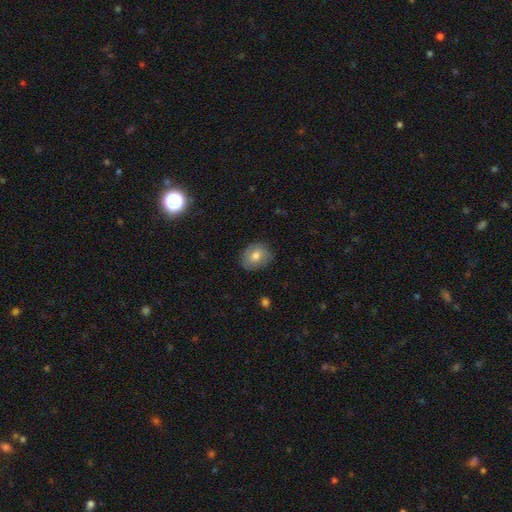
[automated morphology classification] Smooth or featured? smooth (72%)
How rounded? round (56%)
Merging? none (80%)